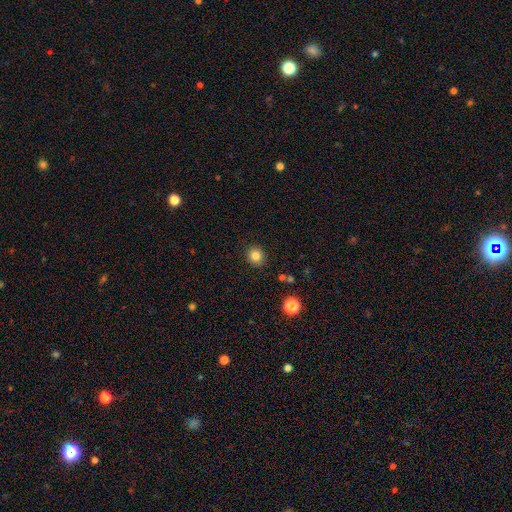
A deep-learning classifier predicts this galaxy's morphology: This is clearly a smooth galaxy (83%). How rounded: clearly round (85%). Merging: clearly none (90%).